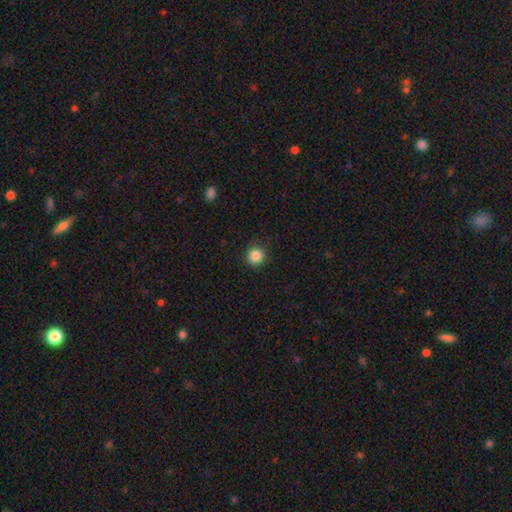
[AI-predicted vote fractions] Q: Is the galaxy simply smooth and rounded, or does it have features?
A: smooth — 86%.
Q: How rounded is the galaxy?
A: round — 94%.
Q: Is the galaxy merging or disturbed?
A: none — 90%.